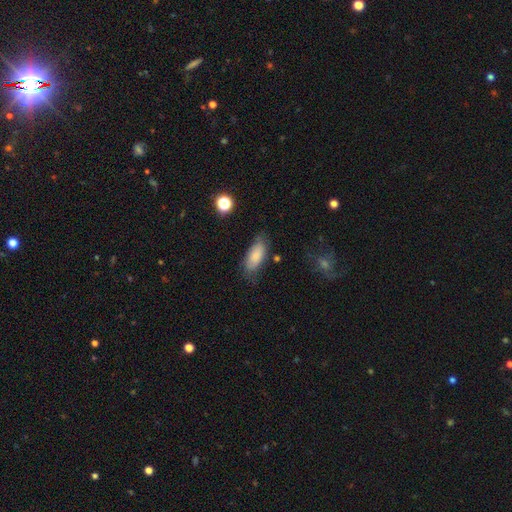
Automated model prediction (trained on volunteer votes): Overall: smooth (81%). How rounded: in between (85%). Merging: none (68%).